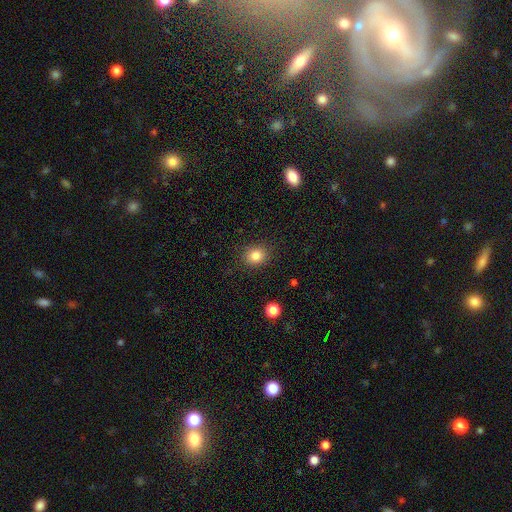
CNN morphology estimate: This is clearly a smooth galaxy (83%). How rounded: likely round (71%). Merging: clearly none (87%).